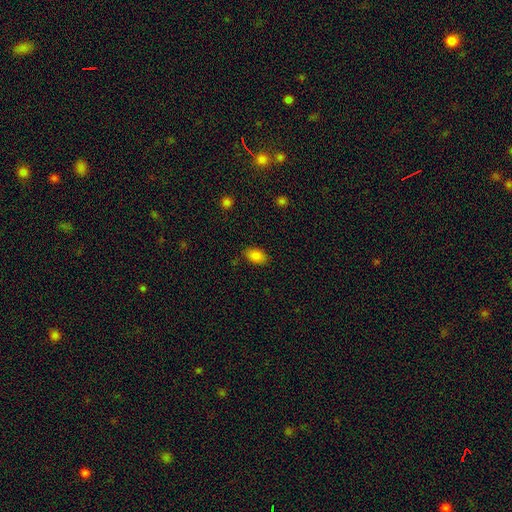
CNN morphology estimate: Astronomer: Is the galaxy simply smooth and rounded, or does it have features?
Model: smooth — 85%.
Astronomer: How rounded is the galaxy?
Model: in between — 91%.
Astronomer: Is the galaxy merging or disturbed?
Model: none — 84%.